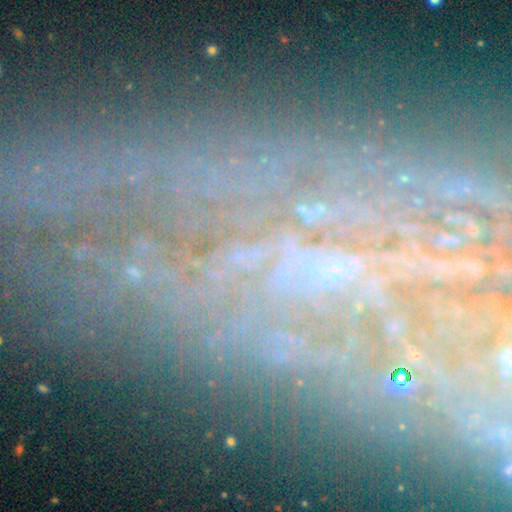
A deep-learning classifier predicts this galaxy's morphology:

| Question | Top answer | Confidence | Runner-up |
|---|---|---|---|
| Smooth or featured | featured or disk | 44% | star or artifact (43%) |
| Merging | none | 63% | minor disturbance (16%) |